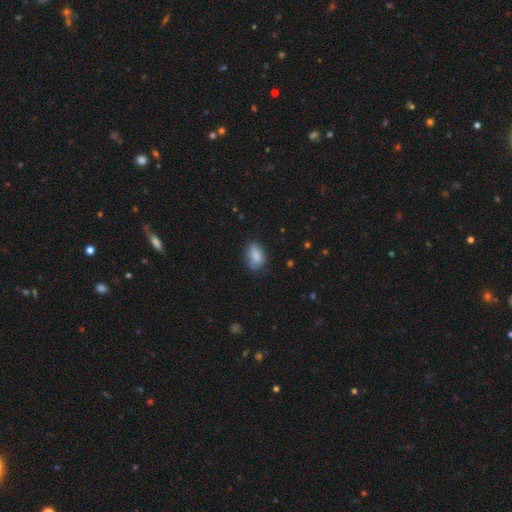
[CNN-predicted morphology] type=smooth (85%); roundness=in between (88%); merging=none (69%).